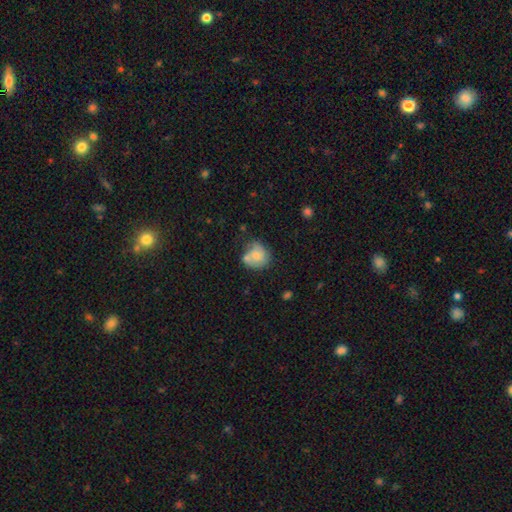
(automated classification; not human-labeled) Smooth or featured: smooth — 57% (featured or disk — 35%)
How rounded: round — 74% (in between — 25%)
Merging: none — 46% (minor disturbance — 24%)